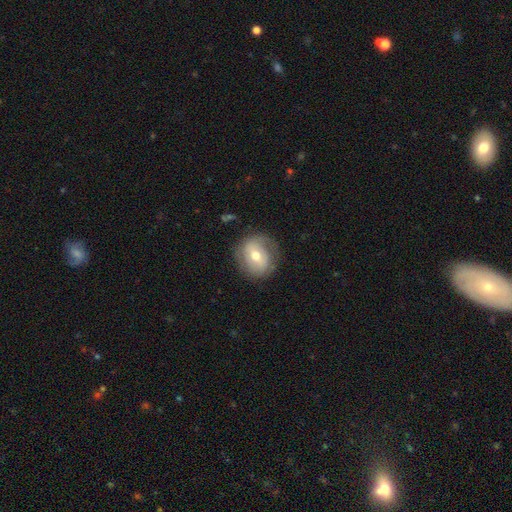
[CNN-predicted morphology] featured or disk 47%, smooth 46%, star or artifact 7%. Down the decision tree: merging — none (74%).